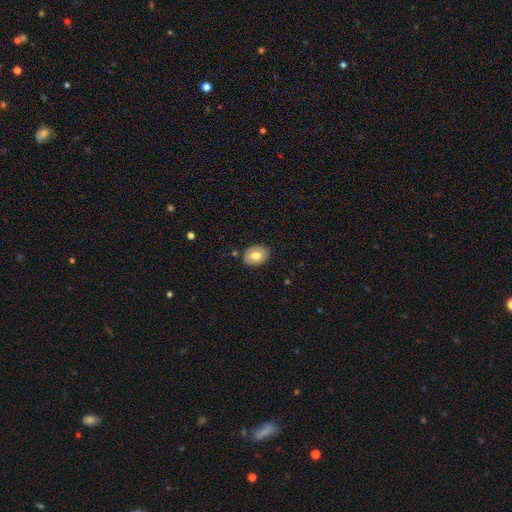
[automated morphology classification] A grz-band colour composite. It shows a smooth galaxy with no disk features (72%) that is in between round and cigar-shaped (70%). Merging: none (85%).